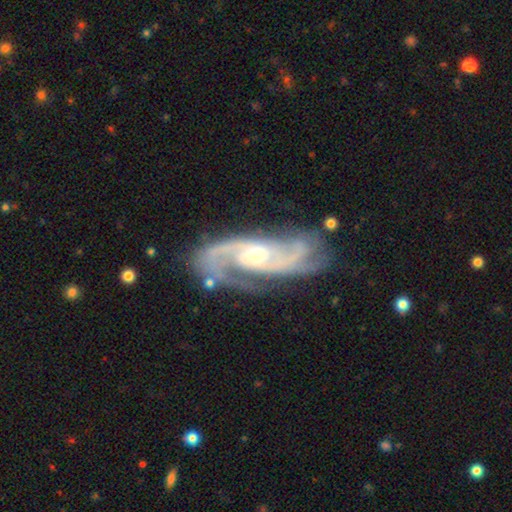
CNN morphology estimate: type=featured or disk (92%); edge-on=no (95%); bar=no (43%); spiral arms=yes (98%); winding=medium (53%); arm count=2 (62%); bulge=moderate (54%); merging=none (70%).